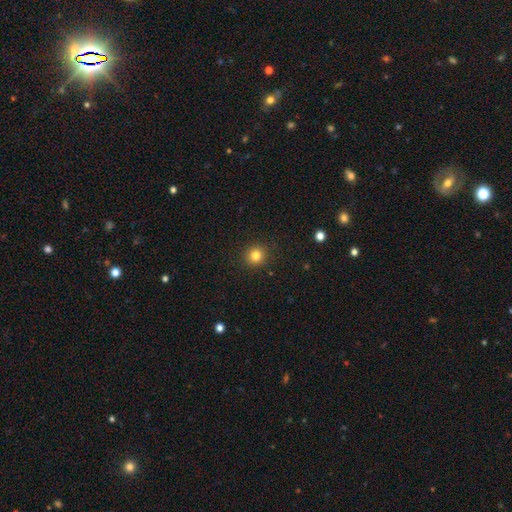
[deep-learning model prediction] This is clearly a smooth galaxy (82%). How rounded: clearly round (92%). Merging: clearly none (92%).